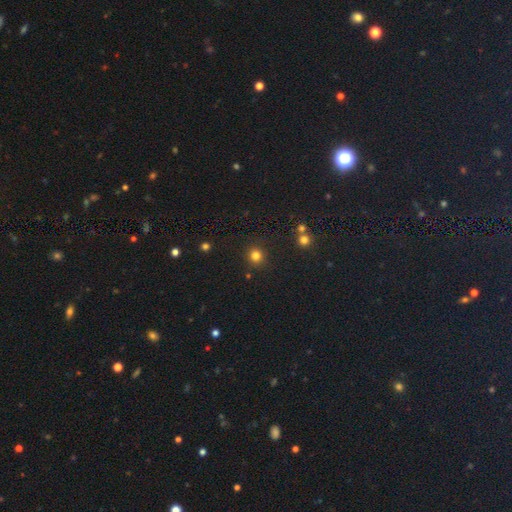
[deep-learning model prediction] Smooth or featured? smooth (81%)
How rounded? round (91%)
Merging? none (89%)